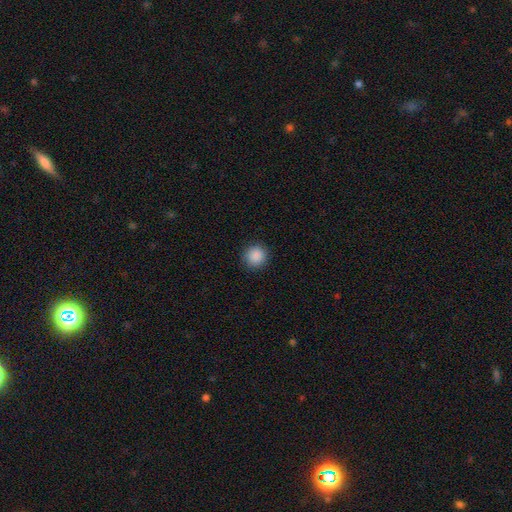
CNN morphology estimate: smooth_or_featured: smooth (p=0.88) [alt: star or artifact p=0.09]
how_rounded: round (p=0.93) [alt: in between p=0.06]
merging: none (p=0.91) [alt: minor disturbance p=0.06]